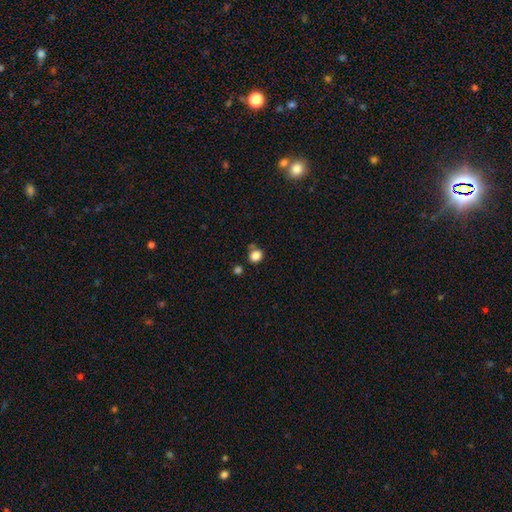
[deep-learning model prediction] A smooth galaxy with no disk features (84%) that is round (79%).

Vote fractions:
- Smooth or featured? smooth: 84% / star or artifact: 11% / featured or disk: 5%
- How rounded? round: 79% / in between: 20% / cigar-shaped: 1%
- Merging? none: 68% / minor disturbance: 16% / merger: 11% / major disturbance: 5%